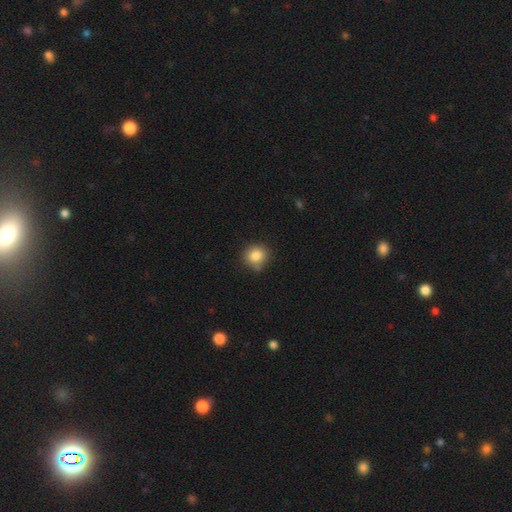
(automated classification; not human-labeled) smooth_or_featured: smooth (p=0.84) [alt: star or artifact p=0.10]
how_rounded: round (p=0.85) [alt: in between p=0.14]
merging: none (p=0.77) [alt: minor disturbance p=0.16]